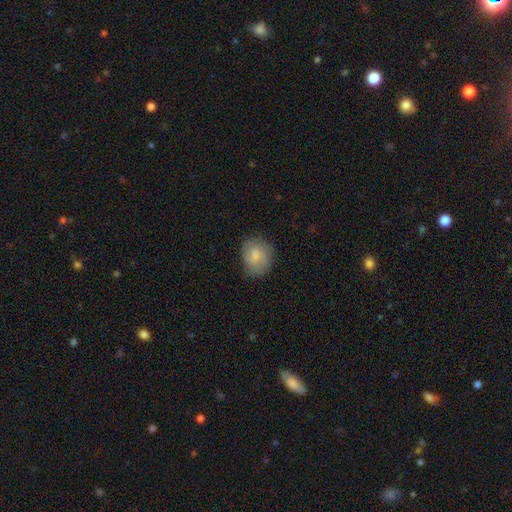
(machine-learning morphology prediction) type=smooth (74%); roundness=round (52%); merging=none (69%).